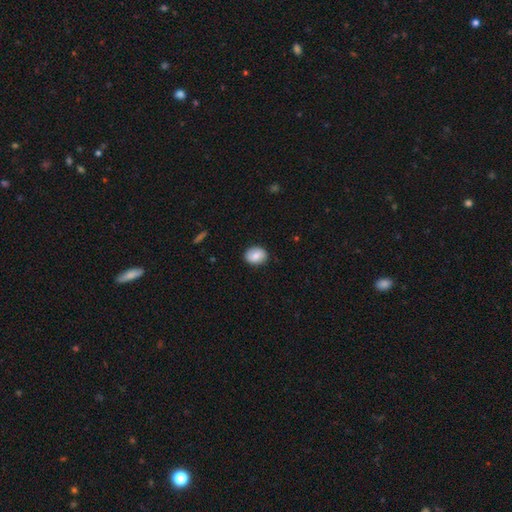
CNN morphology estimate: The model was most divided on "how rounded": in between: 52%, round: 47%, cigar-shaped: 1%. More confident: merging — none (88%); smooth or featured — smooth (83%).